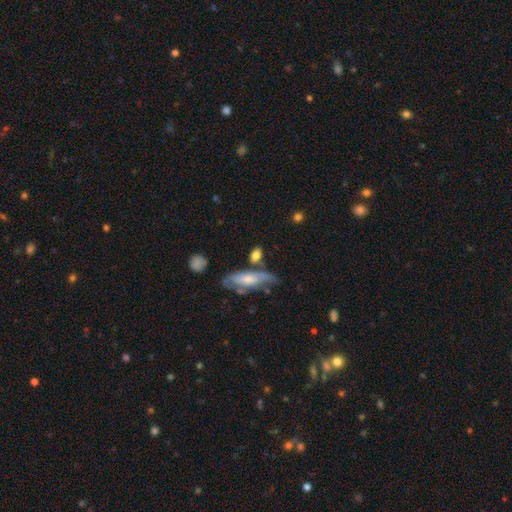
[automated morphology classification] type=smooth (73%); roundness=in between (67%); merging=none (56%).